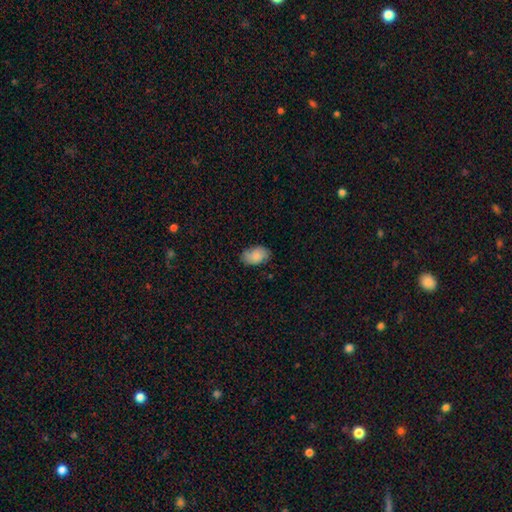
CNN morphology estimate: Q: Smooth or featured?
A: smooth (77%); runner-up: featured or disk (16%)
Q: How rounded?
A: in between (89%); runner-up: round (9%)
Q: Merging?
A: none (77%); runner-up: minor disturbance (18%)